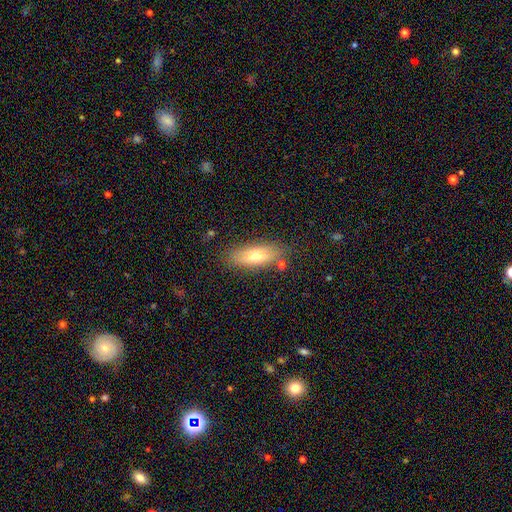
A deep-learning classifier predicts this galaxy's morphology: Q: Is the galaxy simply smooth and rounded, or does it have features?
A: smooth — 63%.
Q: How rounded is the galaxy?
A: in between — 63%.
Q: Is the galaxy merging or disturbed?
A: none — 81%.